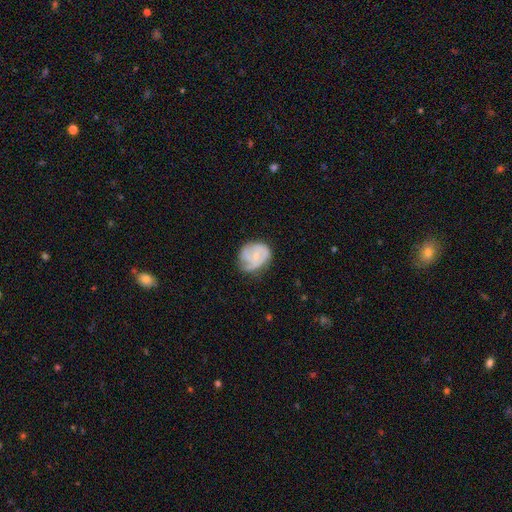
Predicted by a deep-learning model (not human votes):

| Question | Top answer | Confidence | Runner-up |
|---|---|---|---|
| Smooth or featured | featured or disk | 63% | smooth (31%) |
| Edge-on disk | no | 98% | yes (2%) |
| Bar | no | 62% | weak (32%) |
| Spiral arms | yes | 85% | no (15%) |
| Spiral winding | tight | 45% | medium (40%) |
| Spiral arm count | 3 | 31% | 2 (28%) |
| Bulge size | small | 66% | moderate (23%) |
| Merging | none | 51% | minor disturbance (32%) |